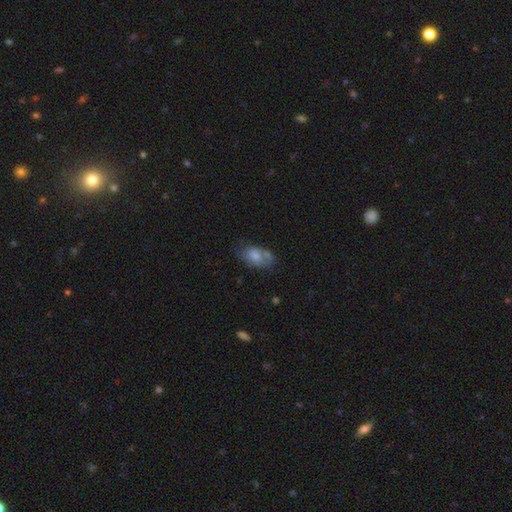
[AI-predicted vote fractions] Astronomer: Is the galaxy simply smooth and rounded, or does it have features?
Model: smooth — 58% (runner-up: featured or disk, 34%).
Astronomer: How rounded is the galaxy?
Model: in between — 90%.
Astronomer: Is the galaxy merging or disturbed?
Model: none — 49% (runner-up: minor disturbance, 30%).